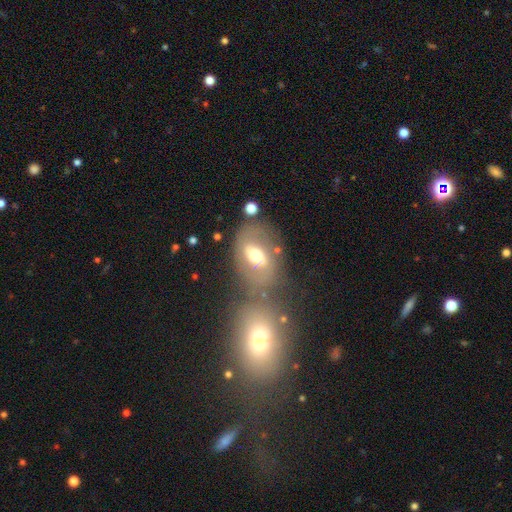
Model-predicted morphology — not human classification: Smooth or featured?
  - featured or disk: 47% *
  - smooth: 44%
  - star or artifact: 9%
Merging?
  - none: 50% *
  - merger: 24%
  - minor disturbance: 16%
  - major disturbance: 10%